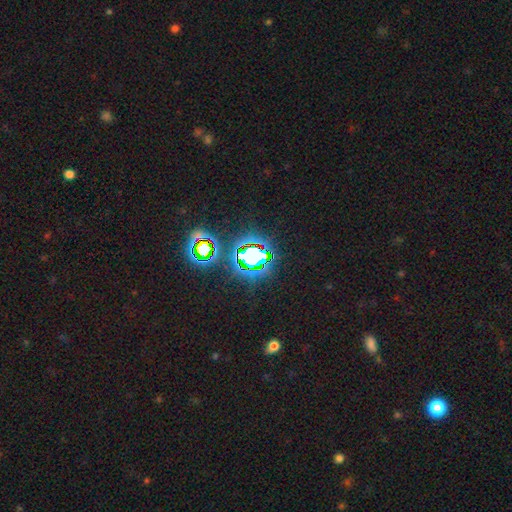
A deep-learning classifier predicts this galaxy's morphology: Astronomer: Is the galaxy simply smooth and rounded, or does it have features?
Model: star or artifact — 72%.